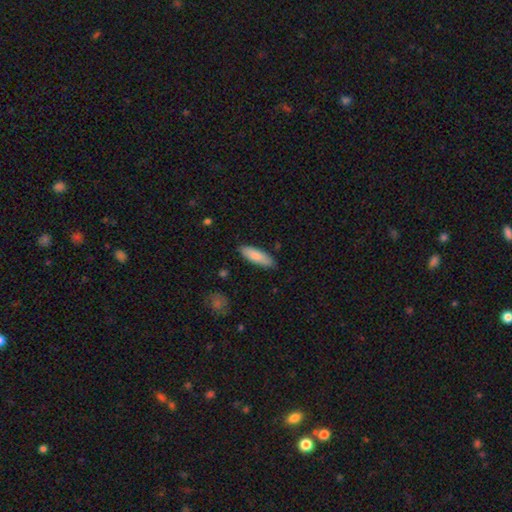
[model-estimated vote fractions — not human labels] Overall: smooth (81%). How rounded: in between (56%; cigar-shaped 42%). Merging: none (85%).